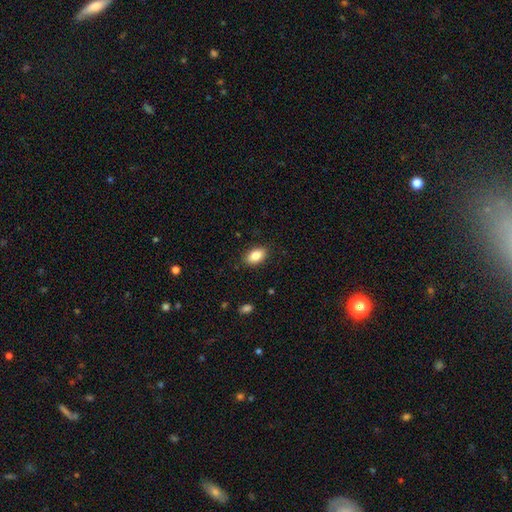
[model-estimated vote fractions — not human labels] smooth-or-featured: smooth: 86% | star or artifact: 8% | featured or disk: 7%
  how-rounded: in between: 90% | round: 8% | cigar-shaped: 2%
  merging: none: 86% | minor disturbance: 11% | major disturbance: 3% | merger: 1%